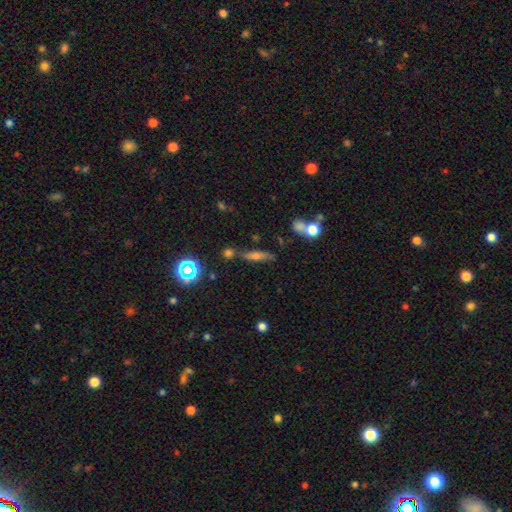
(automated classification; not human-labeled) Smooth or featured? Predicted: smooth (p=0.46). Merging? Predicted: none (p=0.70).